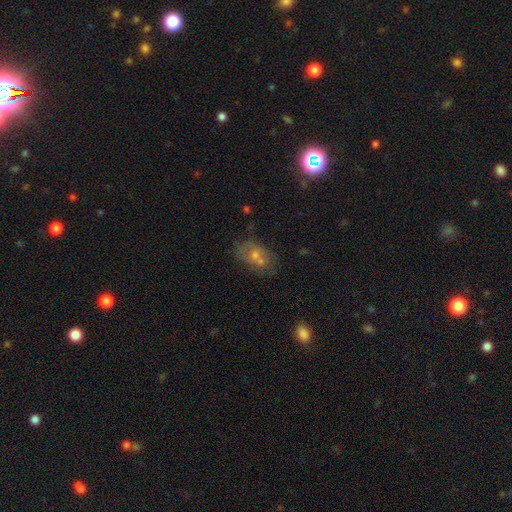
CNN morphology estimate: Smooth or featured: smooth — 45% (featured or disk — 32%)
Merging: none — 55% (merger — 18%)